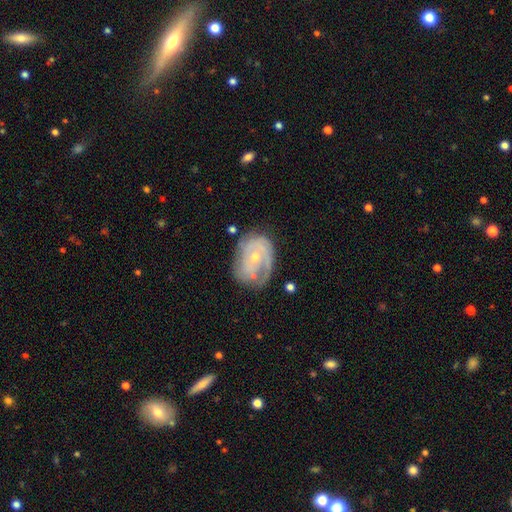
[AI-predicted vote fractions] Overall: featured or disk (79%). Edge-on disk: no (97%). Bar: no (74%). Spiral arms: yes (88%). Spiral arm count: 2 (32%; can't tell 31%). Spiral winding: tight (60%; medium 30%). Bulge size: small (60%; moderate 37%). Merging: none (56%; minor disturbance 26%).